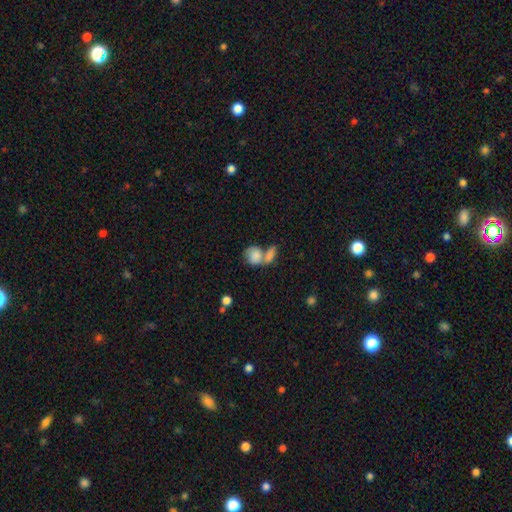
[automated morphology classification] A smooth galaxy with no disk features (80%) that is in between round and cigar-shaped (49%).

Vote fractions:
- Smooth or featured? smooth: 80% / featured or disk: 13% / star or artifact: 7%
- How rounded? in between: 49% / round: 48% / cigar-shaped: 3%
- Merging? merger: 62% / none: 23% / minor disturbance: 9% / major disturbance: 6%